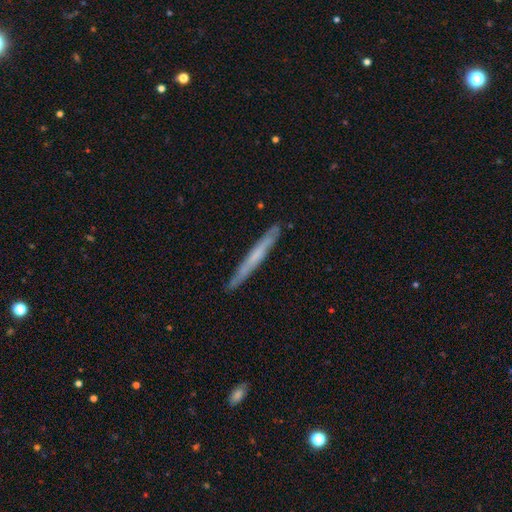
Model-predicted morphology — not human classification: smooth_or_featured: featured or disk (p=0.49) [alt: smooth p=0.45]
merging: none (p=0.88) [alt: minor disturbance p=0.10]